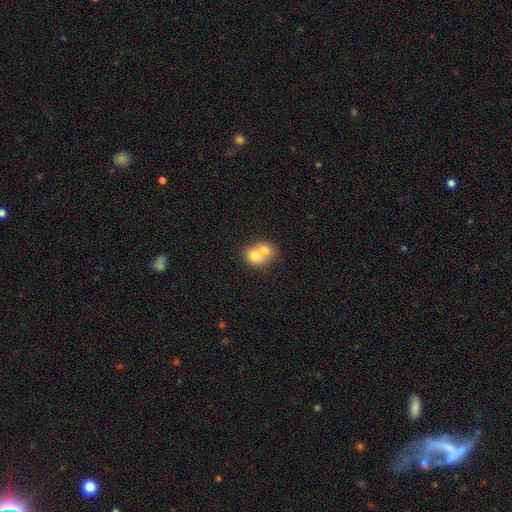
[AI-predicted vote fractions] Smooth or featured?
  - smooth: 69% *
  - featured or disk: 22%
  - star or artifact: 9%
How rounded?
  - round: 59% *
  - in between: 40%
  - cigar-shaped: 1%
Merging?
  - merger: 73% *
  - none: 20%
  - minor disturbance: 5%
  - major disturbance: 2%